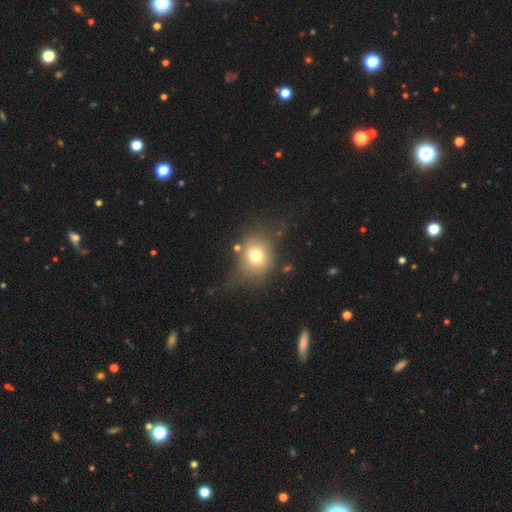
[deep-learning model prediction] smooth_or_featured: smooth (p=0.69) [alt: featured or disk p=0.19]
how_rounded: round (p=0.62) [alt: in between p=0.37]
merging: none (p=0.56) [alt: minor disturbance p=0.23]